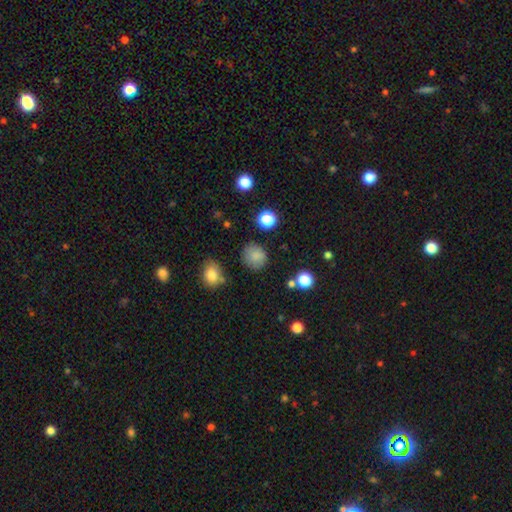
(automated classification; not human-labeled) This is clearly a smooth galaxy (82%). How rounded: clearly round (84%). Merging: clearly none (81%).